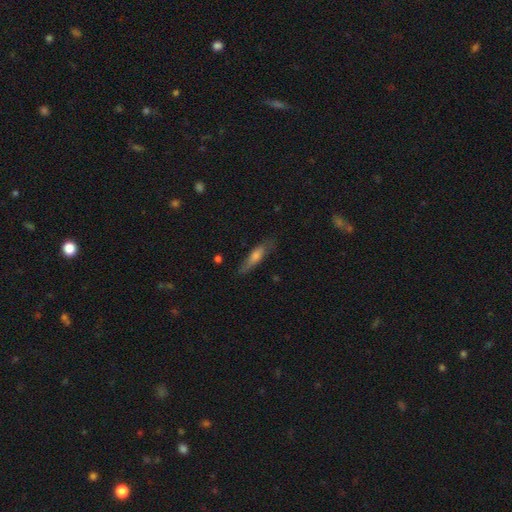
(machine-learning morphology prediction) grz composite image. It shows a smooth galaxy with no disk features (56%) that is cigar-shaped (74%). Merging: none (74%).